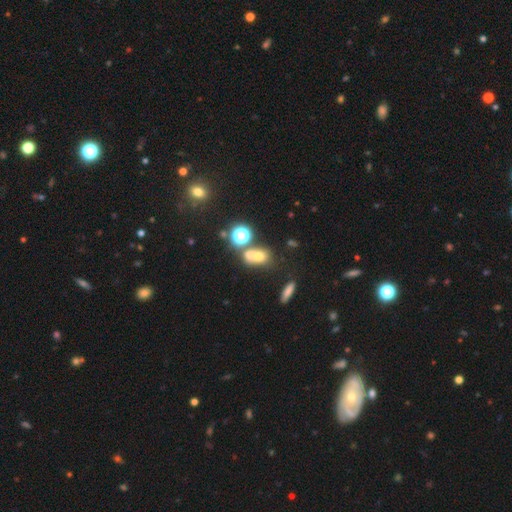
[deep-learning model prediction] This appears to be a smooth galaxy with no disk features (62%) that is round (58%). Merging: merger (50%).